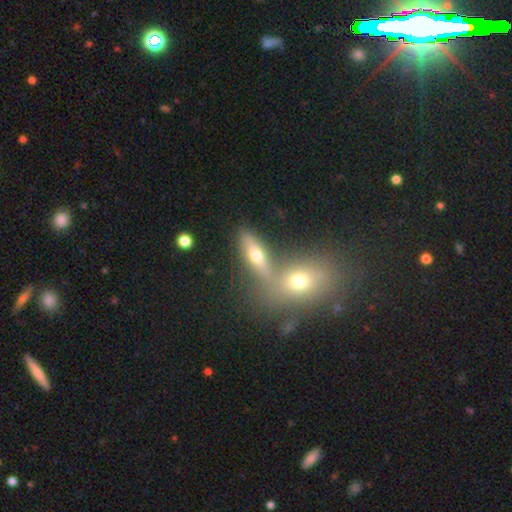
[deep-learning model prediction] A smooth galaxy with no disk features (59%) that is in between round and cigar-shaped (63%). Merging: none (50%).